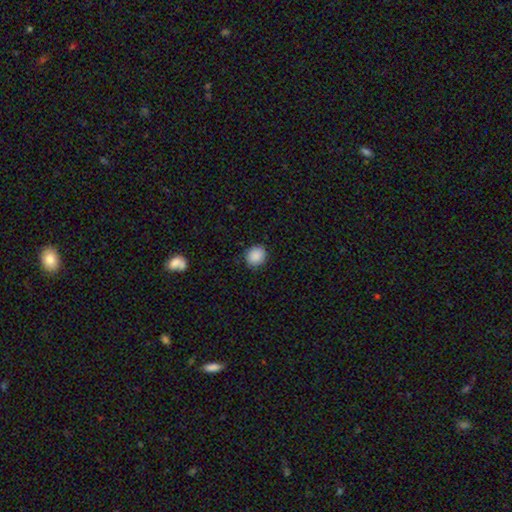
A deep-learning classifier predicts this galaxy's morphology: A smooth galaxy with no disk features (89%) that is round (78%).

Vote fractions:
- Smooth or featured? smooth: 89% / star or artifact: 8% / featured or disk: 3%
- How rounded? round: 78% / in between: 21% / cigar-shaped: 1%
- Merging? none: 88% / minor disturbance: 8% / major disturbance: 2% / merger: 1%